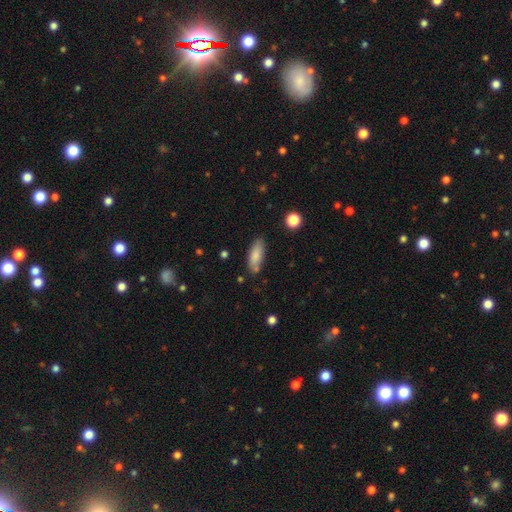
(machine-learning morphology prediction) This appears to be a smooth galaxy with no disk features (82%) that is in between round and cigar-shaped (71%). Merging: none (75%).